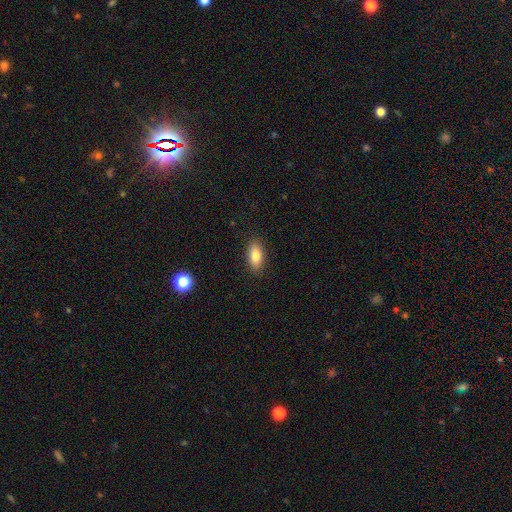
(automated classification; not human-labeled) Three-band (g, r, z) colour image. It shows a smooth galaxy with no disk features (83%) that is in between round and cigar-shaped (87%). Merging: none (88%).